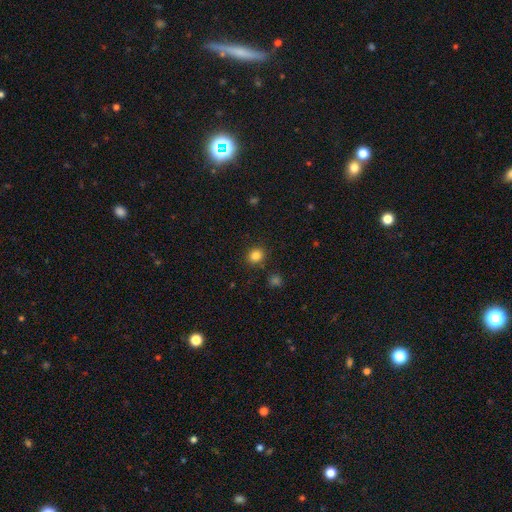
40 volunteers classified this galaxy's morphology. This is clearly a smooth galaxy (82%). How rounded: likely round (73%). Merging: clearly none (84%).